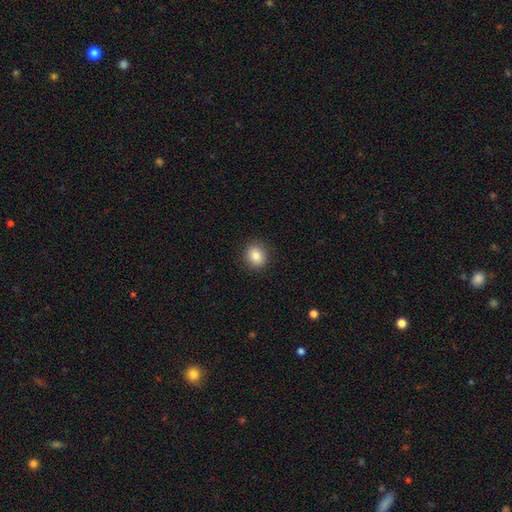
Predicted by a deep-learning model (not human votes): smooth_or_featured: smooth (p=0.84) [alt: star or artifact p=0.10]
how_rounded: round (p=0.73) [alt: in between p=0.26]
merging: none (p=0.90) [alt: minor disturbance p=0.07]